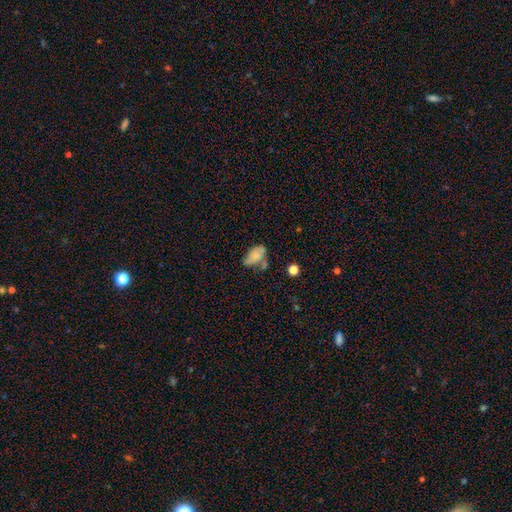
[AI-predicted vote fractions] A smooth galaxy with no disk features (66%) that is in between round and cigar-shaped (90%).

Vote fractions:
- Smooth or featured? smooth: 66% / featured or disk: 24% / star or artifact: 10%
- How rounded? in between: 90% / round: 7% / cigar-shaped: 3%
- Merging? none: 33% / minor disturbance: 29% / merger: 19% / major disturbance: 18%